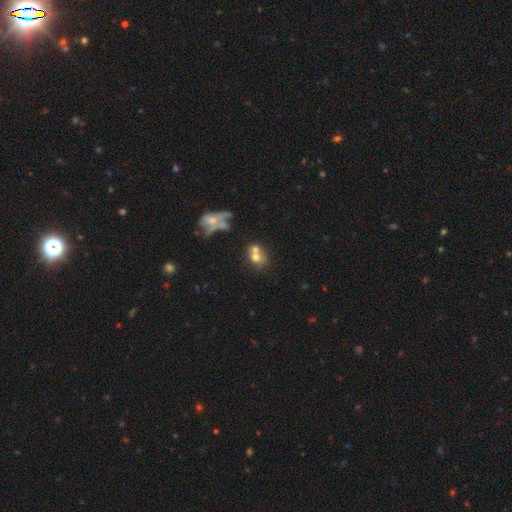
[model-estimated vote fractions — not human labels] This is likely a smooth galaxy (61%). How rounded: possibly round (59%). Merging: possibly merger (56%).